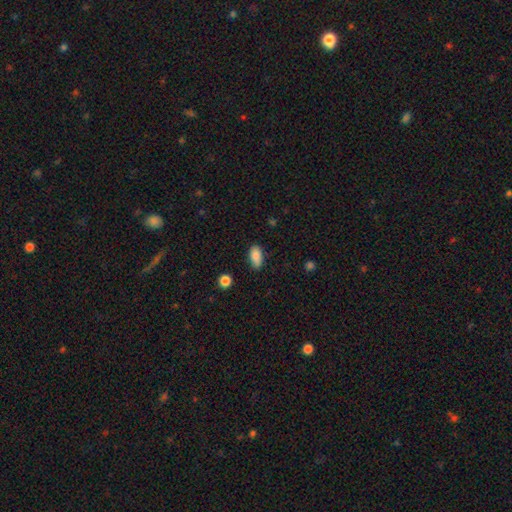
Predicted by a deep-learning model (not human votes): smooth_or_featured: smooth (p=0.84) [alt: star or artifact p=0.08]
how_rounded: in between (p=0.90) [alt: cigar-shaped p=0.05]
merging: none (p=0.78) [alt: minor disturbance p=0.18]